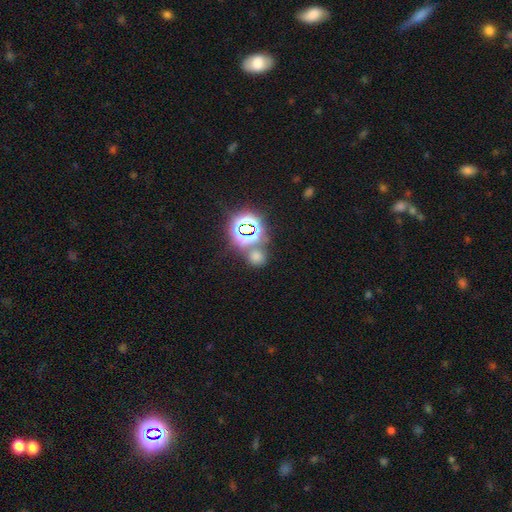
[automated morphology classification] Smooth or featured? Predicted: star or artifact (p=0.50).